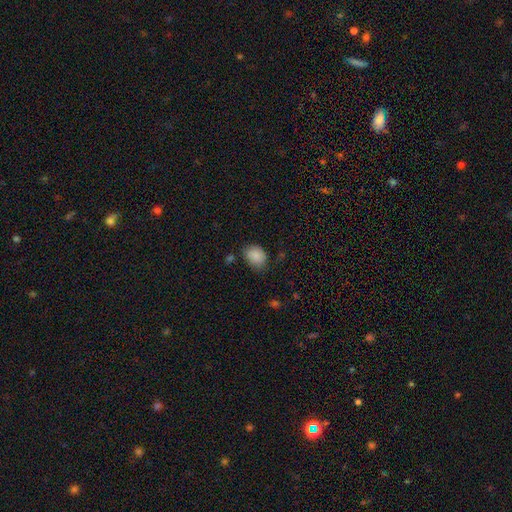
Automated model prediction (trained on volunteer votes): This appears to be a smooth galaxy with no disk features (85%) that is in between round and cigar-shaped (52%). Merging: none (70%).